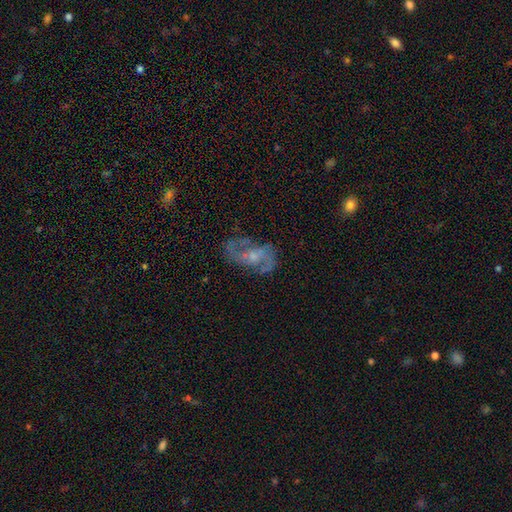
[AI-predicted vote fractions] Morphology: type=featured or disk (79%); edge-on=no (96%); bar=no (56%); spiral arms=yes (89%); winding=medium (45%); arm count=2 (82%); bulge=small (50%); merging=none (63%).